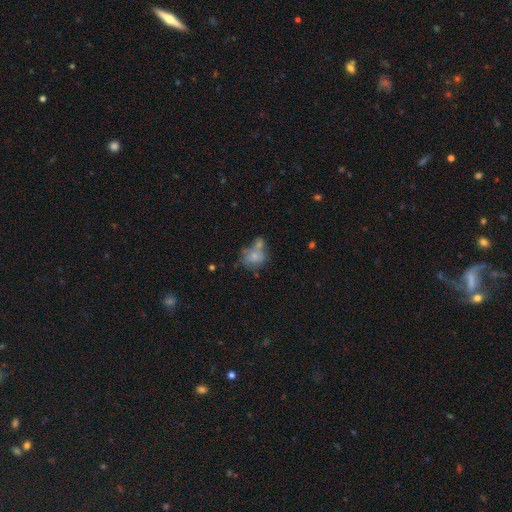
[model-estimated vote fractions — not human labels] A smooth galaxy with no disk features (65%) that is round (52%).

Vote fractions:
- Smooth or featured? smooth: 65% / featured or disk: 24% / star or artifact: 11%
- How rounded? round: 52% / in between: 47% / cigar-shaped: 1%
- Merging? merger: 40% / none: 31% / minor disturbance: 18% / major disturbance: 10%